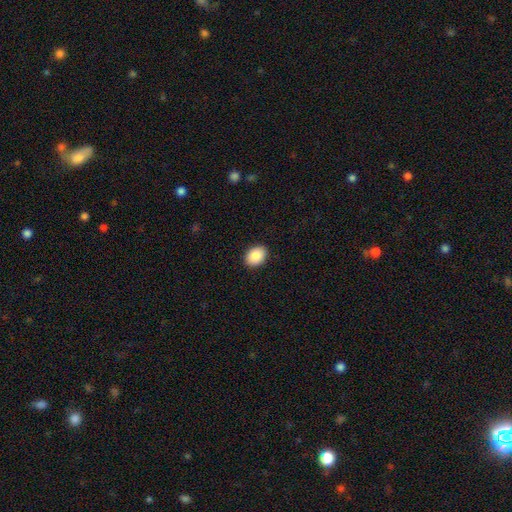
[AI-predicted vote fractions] smooth 89%, star or artifact 7%, featured or disk 4%. Down the decision tree: how rounded — in between (76%); merging — none (91%).